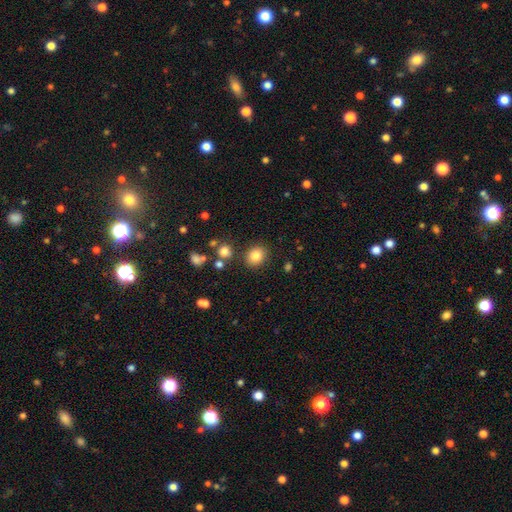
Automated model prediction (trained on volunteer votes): A smooth galaxy with no disk features (83%) that is round (64%).

Vote fractions:
- Smooth or featured? smooth: 83% / star or artifact: 11% / featured or disk: 6%
- How rounded? round: 64% / in between: 35% / cigar-shaped: 1%
- Merging? none: 84% / minor disturbance: 9% / merger: 4% / major disturbance: 3%